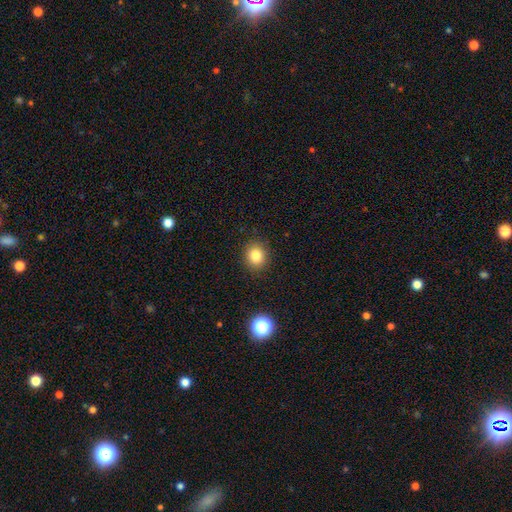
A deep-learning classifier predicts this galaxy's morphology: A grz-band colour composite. It shows a smooth galaxy with no disk features (83%) that is round (76%). Merging: none (89%).